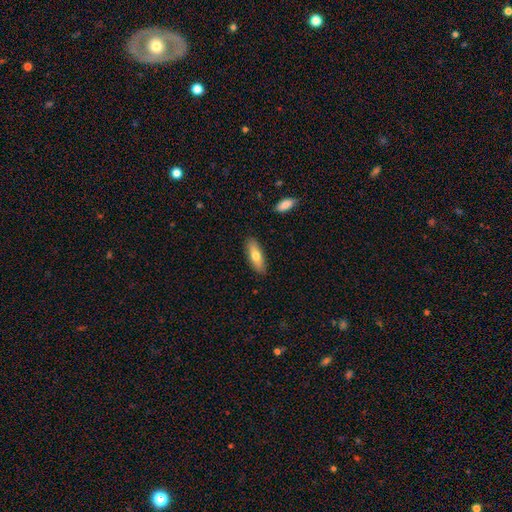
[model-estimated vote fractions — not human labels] smooth 69%, featured or disk 25%, star or artifact 6%. Down the decision tree: how rounded — in between (57%); merging — none (88%).